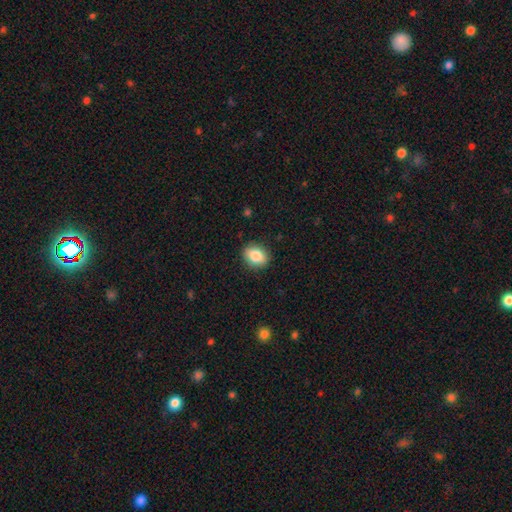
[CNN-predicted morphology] Overall: smooth (84%). How rounded: in between (52%; round 46%). Merging: none (88%).